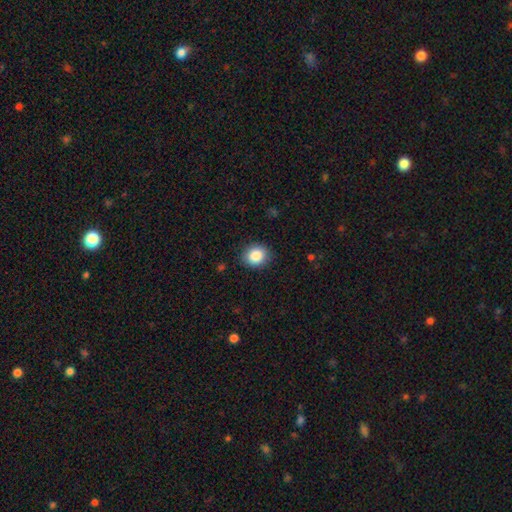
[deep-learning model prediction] A smooth galaxy with no disk features (86%) that is round (73%). Merging: none (88%).